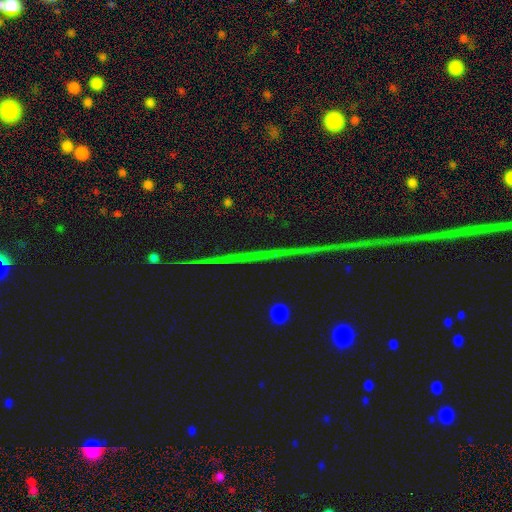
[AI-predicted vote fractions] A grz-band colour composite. It shows a star or artifact, not a galaxy (67%).